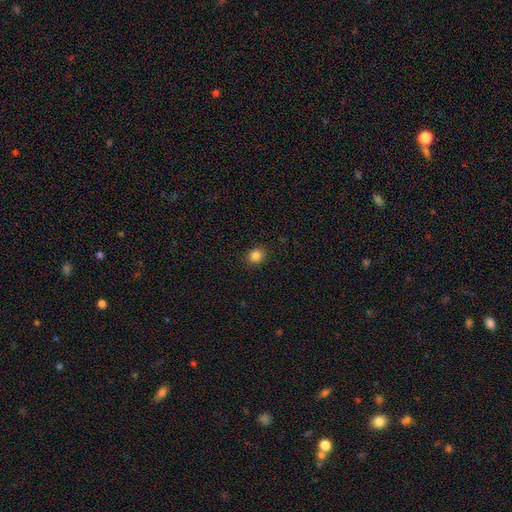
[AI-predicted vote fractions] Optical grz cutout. It shows a smooth galaxy with no disk features (84%) that is round (73%). Merging: none (89%).